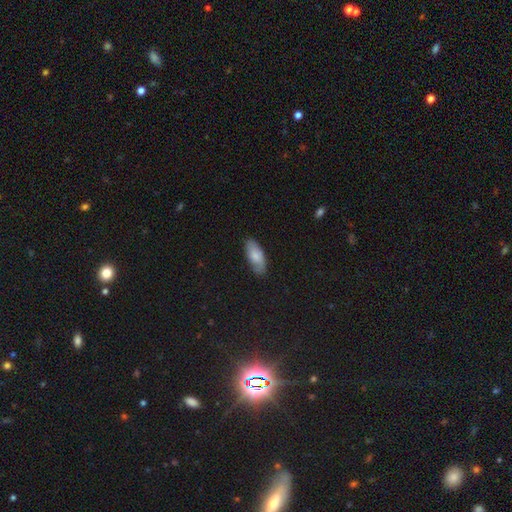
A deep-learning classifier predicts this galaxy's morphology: This appears to be a smooth galaxy with no disk features (77%) that is in between round and cigar-shaped (84%). Merging: none (79%).